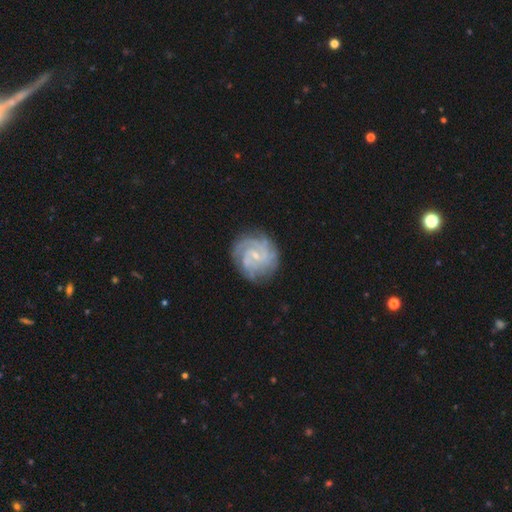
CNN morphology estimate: Smooth or featured? Predicted: featured or disk (p=0.86). Edge-on disk? Predicted: no (p=0.98). Bar? Predicted: weak (p=0.48). Spiral arms? Predicted: yes (p=0.97). Spiral winding? Predicted: tight (p=0.66). Spiral arm count? Predicted: 3 (p=0.26). Bulge size? Predicted: small (p=0.76). Merging? Predicted: none (p=0.78).